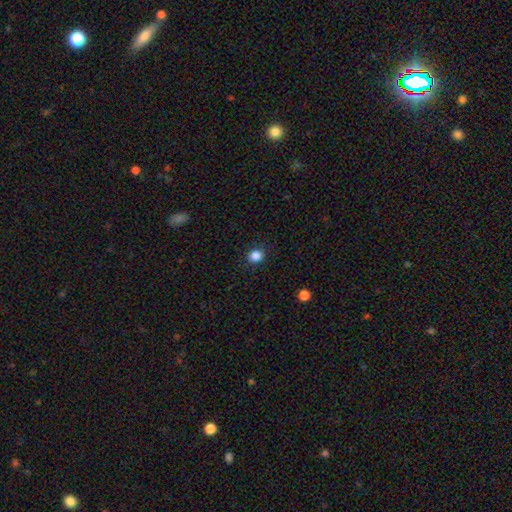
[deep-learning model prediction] Morphology: type=smooth (86%); roundness=round (74%); merging=none (88%).